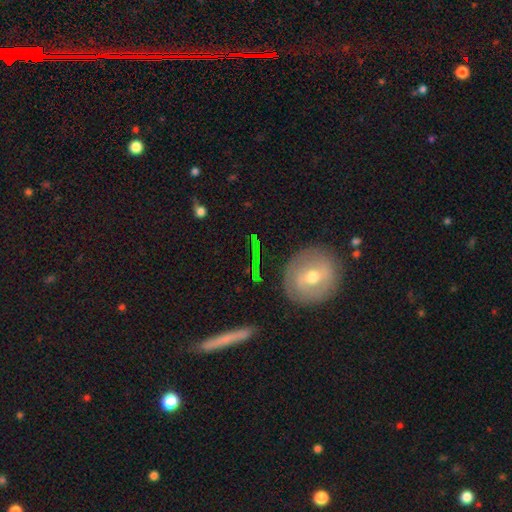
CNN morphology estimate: Overall: featured or disk (48%; smooth 35%). Merging: none (82%).